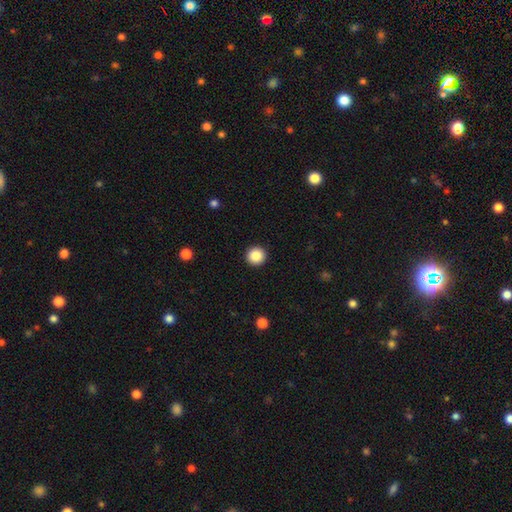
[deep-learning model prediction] Smooth or featured? Predicted: smooth (p=0.87). How rounded? Predicted: round (p=0.97). Merging? Predicted: none (p=0.93).